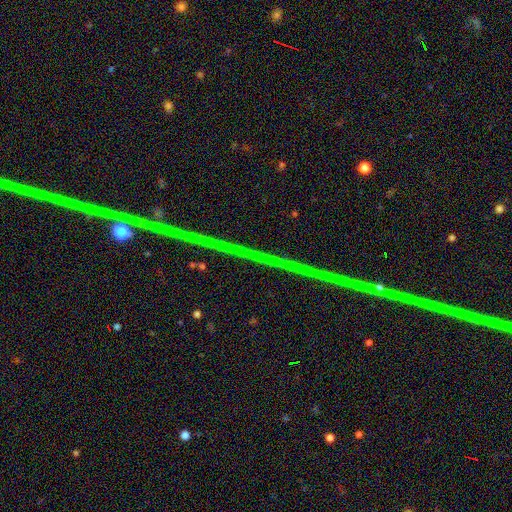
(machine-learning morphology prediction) Smooth or featured? Predicted: star or artifact (p=0.79).